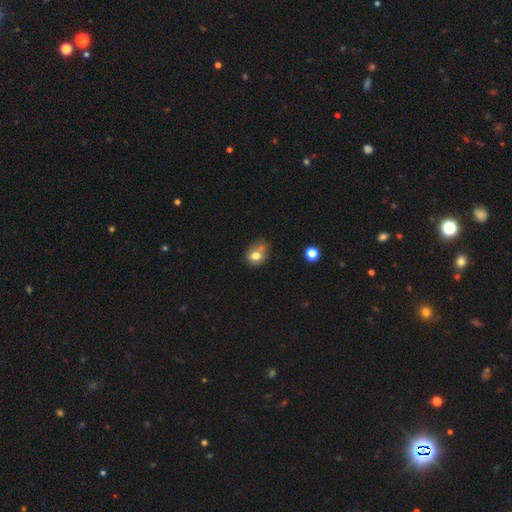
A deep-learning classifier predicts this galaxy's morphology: The model was most divided on "merging": none: 42%, merger: 26%, minor disturbance: 23%, major disturbance: 9%. More confident: smooth or featured — smooth (74%); how rounded — round (60%).